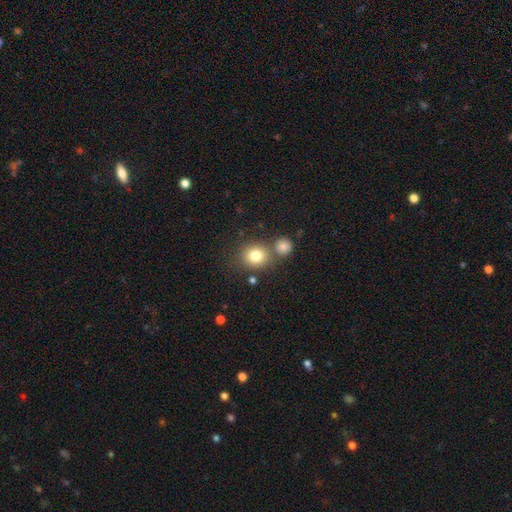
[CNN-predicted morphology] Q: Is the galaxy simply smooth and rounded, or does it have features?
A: smooth — 80%.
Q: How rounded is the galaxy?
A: round — 81%.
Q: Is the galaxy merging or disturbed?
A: none — 67%.